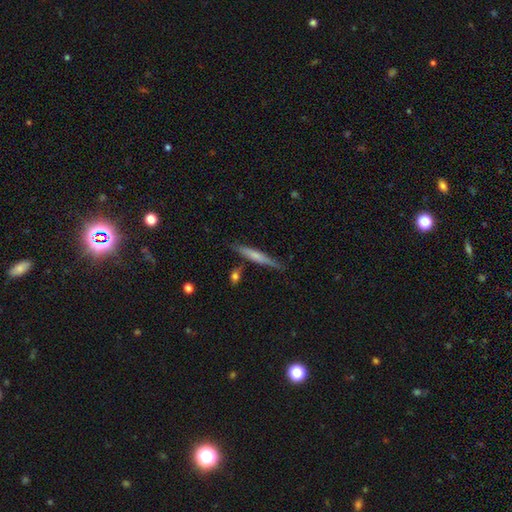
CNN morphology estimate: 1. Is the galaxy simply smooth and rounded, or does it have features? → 52% smooth, 42% featured or disk, 6% star or artifact.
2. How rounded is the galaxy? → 93% cigar-shaped, 5% in between, 2% round.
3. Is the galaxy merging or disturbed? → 79% none, 14% minor disturbance, 4% merger, 3% major disturbance.